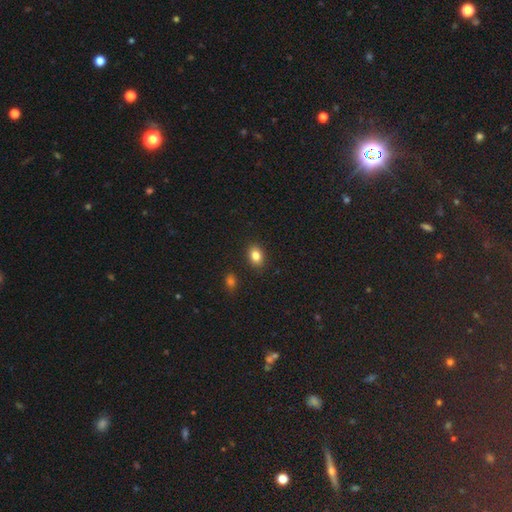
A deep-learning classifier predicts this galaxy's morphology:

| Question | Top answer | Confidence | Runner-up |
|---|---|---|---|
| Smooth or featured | smooth | 84% | star or artifact (10%) |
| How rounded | in between | 73% | round (26%) |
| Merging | none | 87% | minor disturbance (9%) |